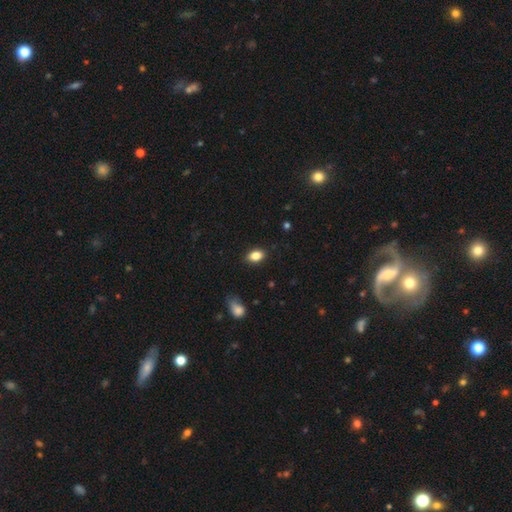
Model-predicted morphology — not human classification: Smooth or featured: smooth — 84% (star or artifact — 9%)
How rounded: in between — 83% (round — 15%)
Merging: none — 86% (minor disturbance — 10%)